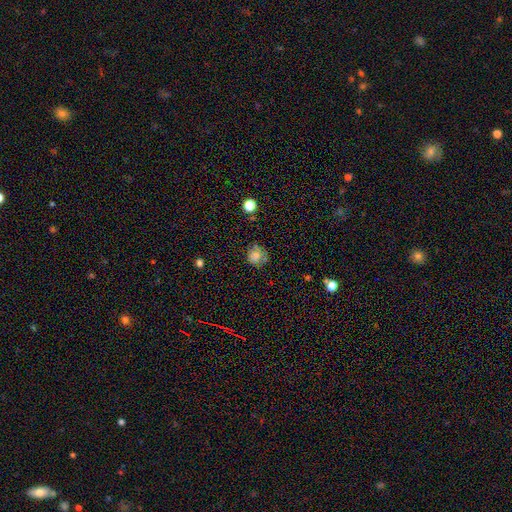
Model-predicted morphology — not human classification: Overall: smooth (77%). How rounded: round (84%). Merging: none (66%).